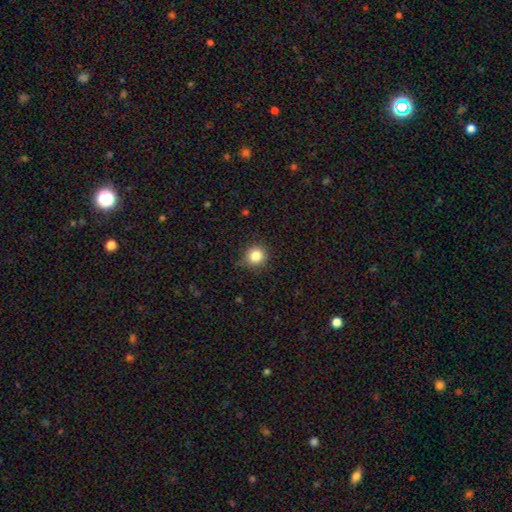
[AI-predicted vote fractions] Smooth or featured?
  - smooth: 84% *
  - star or artifact: 11%
  - featured or disk: 5%
How rounded?
  - round: 93% *
  - in between: 6%
  - cigar-shaped: 1%
Merging?
  - none: 81% *
  - minor disturbance: 14%
  - major disturbance: 3%
  - merger: 1%